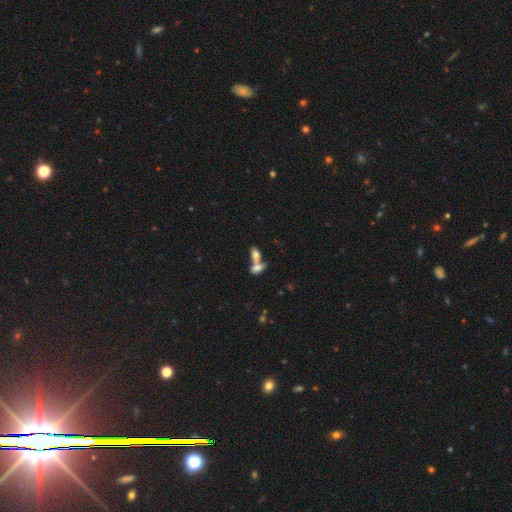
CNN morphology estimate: smooth_or_featured: smooth (p=0.72) [alt: featured or disk p=0.18]
how_rounded: in between (p=0.84) [alt: cigar-shaped p=0.08]
merging: merger (p=0.70) [alt: none p=0.20]